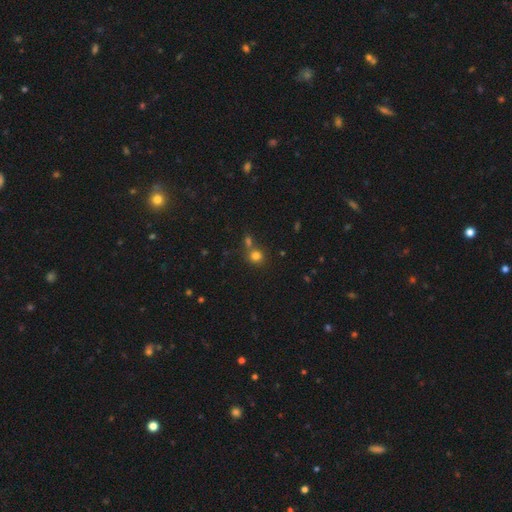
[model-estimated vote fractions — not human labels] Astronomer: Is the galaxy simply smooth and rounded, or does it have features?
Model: smooth — 78%.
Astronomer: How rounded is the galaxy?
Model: round — 87%.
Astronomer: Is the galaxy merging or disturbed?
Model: none — 63%.